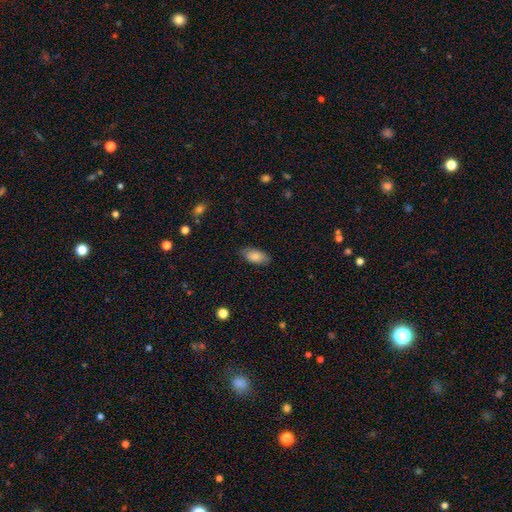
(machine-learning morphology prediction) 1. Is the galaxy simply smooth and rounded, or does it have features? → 83% smooth, 10% featured or disk, 7% star or artifact.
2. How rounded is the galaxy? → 91% in between, 5% cigar-shaped, 3% round.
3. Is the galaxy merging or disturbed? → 81% none, 15% minor disturbance, 3% major disturbance, 1% merger.